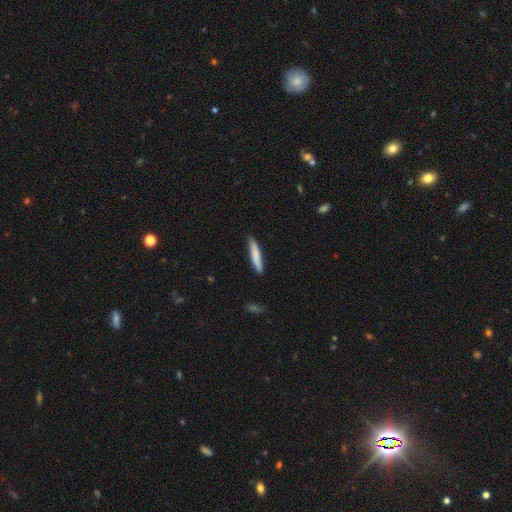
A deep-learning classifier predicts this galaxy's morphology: A smooth galaxy with no disk features (79%) that is cigar-shaped (91%).

Vote fractions:
- Smooth or featured? smooth: 79% / featured or disk: 15% / star or artifact: 6%
- How rounded? cigar-shaped: 91% / in between: 8% / round: 1%
- Merging? none: 87% / minor disturbance: 11% / major disturbance: 2% / merger: 1%